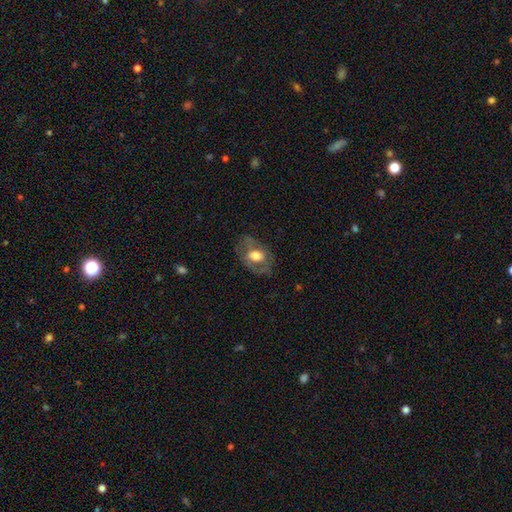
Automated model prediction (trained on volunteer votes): Q: Smooth or featured?
A: smooth (47%); runner-up: featured or disk (46%)
Q: Merging?
A: none (68%); runner-up: minor disturbance (20%)